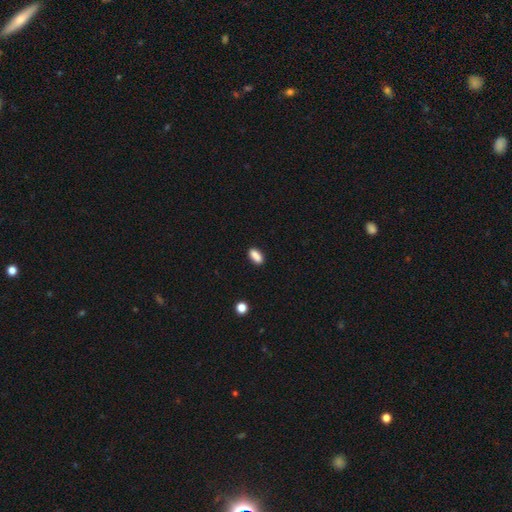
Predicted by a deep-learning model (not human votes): smooth 87%, star or artifact 8%, featured or disk 5%. Down the decision tree: how rounded — in between (82%); merging — none (85%).